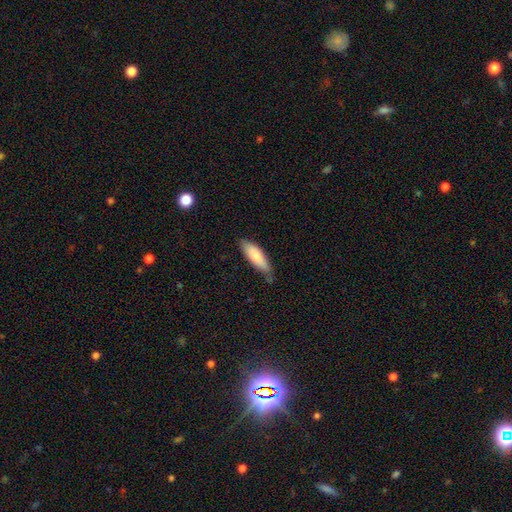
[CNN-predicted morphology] smooth 82%, featured or disk 12%, star or artifact 6%. Down the decision tree: how rounded — in between (50%); merging — none (68%).